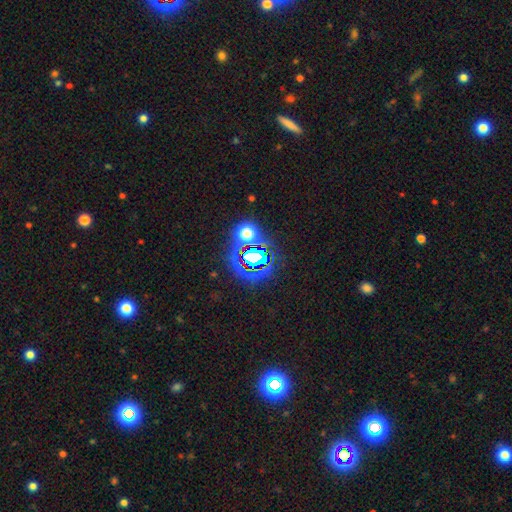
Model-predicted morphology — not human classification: smooth_or_featured: star or artifact (p=0.69) [alt: smooth p=0.20]